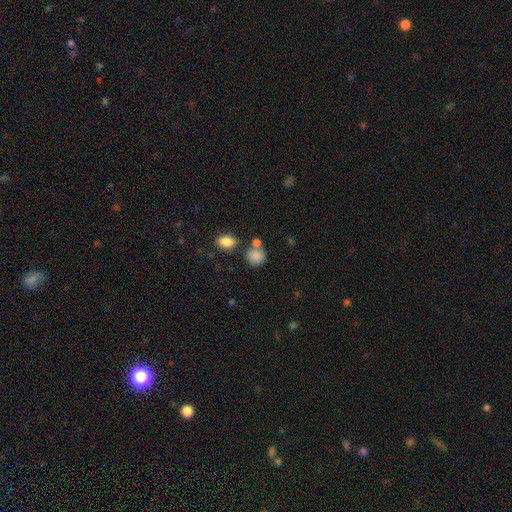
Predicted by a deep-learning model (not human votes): This appears to be a smooth galaxy with no disk features (84%) that is round (79%). Merging: none (60%).